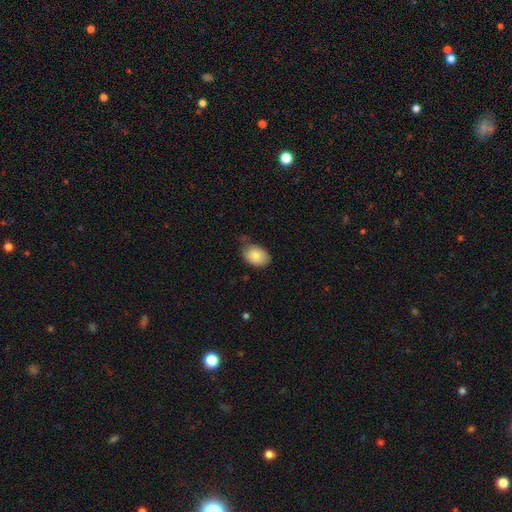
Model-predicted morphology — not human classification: Smooth or featured? smooth (86%)
How rounded? in between (80%)
Merging? none (58%)